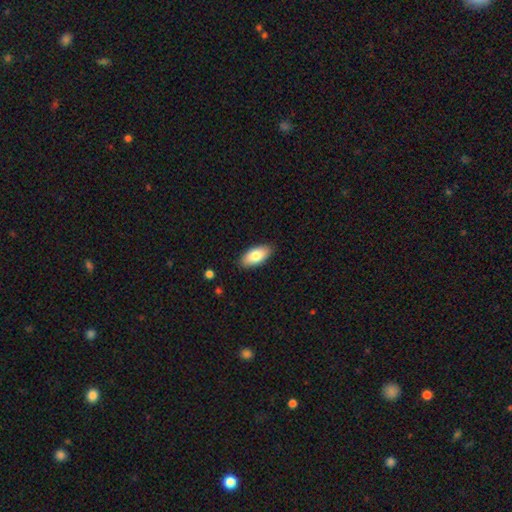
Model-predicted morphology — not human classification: This is clearly a smooth galaxy (80%). How rounded: clearly in between (92%). Merging: clearly none (88%).